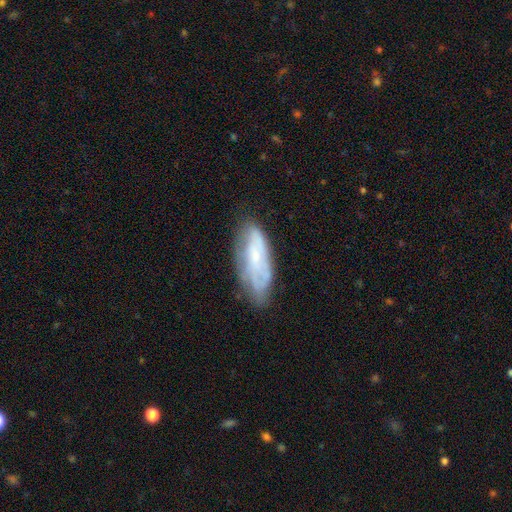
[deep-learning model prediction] featured or disk 55%, smooth 37%, star or artifact 8%. Down the decision tree: edge-on disk — no (85%); merging — none (65%).